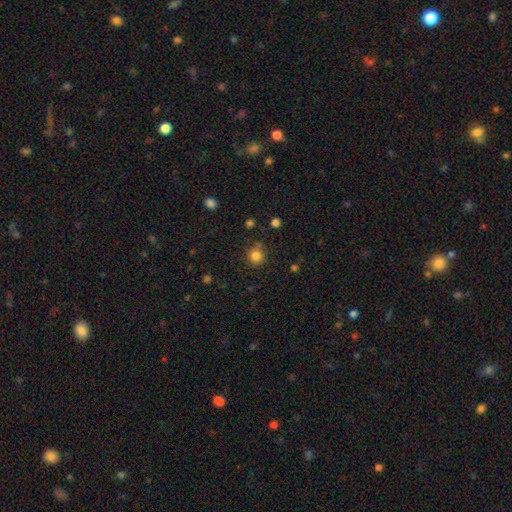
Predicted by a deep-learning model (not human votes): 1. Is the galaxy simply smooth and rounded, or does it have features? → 82% smooth, 13% star or artifact, 5% featured or disk.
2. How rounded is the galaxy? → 91% round, 8% in between, 1% cigar-shaped.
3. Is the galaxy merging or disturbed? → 75% none, 16% minor disturbance, 4% merger, 4% major disturbance.